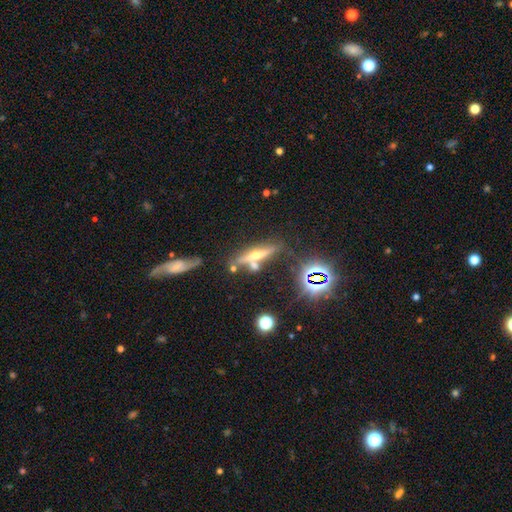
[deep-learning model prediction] This appears to be a featured or disk galaxy (57%) viewed edge-on (90%) with a rounded central bulge (91%). Merging: none (65%).